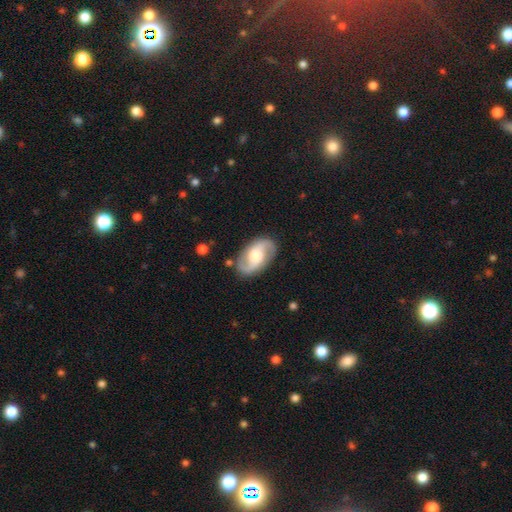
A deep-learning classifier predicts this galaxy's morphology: This appears to be a featured or disk galaxy (84%) with a weak bar (43%), 2 (93%) medium (49%) spiral arms (96%) and a moderate central bulge (54%). Merging: none (85%).